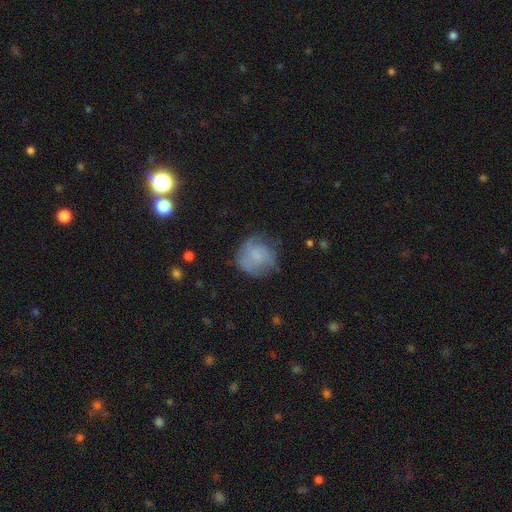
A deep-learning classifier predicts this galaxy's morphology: Q: Smooth or featured?
A: smooth (51%); runner-up: featured or disk (40%)
Q: How rounded?
A: round (84%); runner-up: in between (15%)
Q: Merging?
A: none (61%); runner-up: minor disturbance (23%)